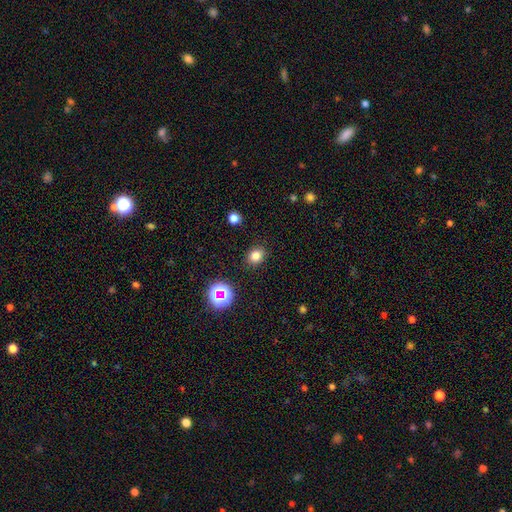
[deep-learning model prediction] smooth-or-featured: smooth: 78% | star or artifact: 16% | featured or disk: 6%
  how-rounded: round: 60% | in between: 39% | cigar-shaped: 1%
  merging: none: 89% | minor disturbance: 7% | major disturbance: 3% | merger: 1%